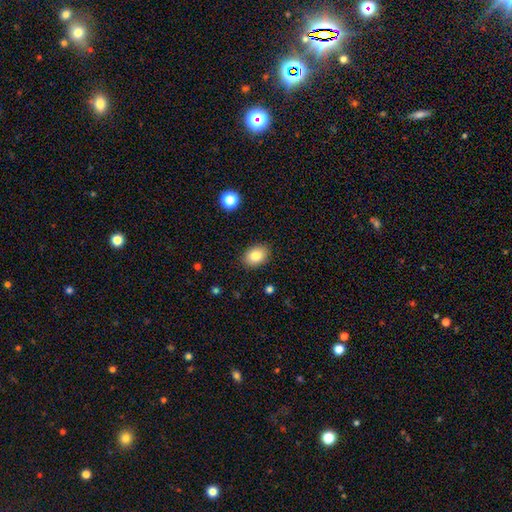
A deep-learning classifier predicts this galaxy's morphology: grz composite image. It shows a smooth galaxy with no disk features (84%) that is in between round and cigar-shaped (72%). Merging: none (88%).